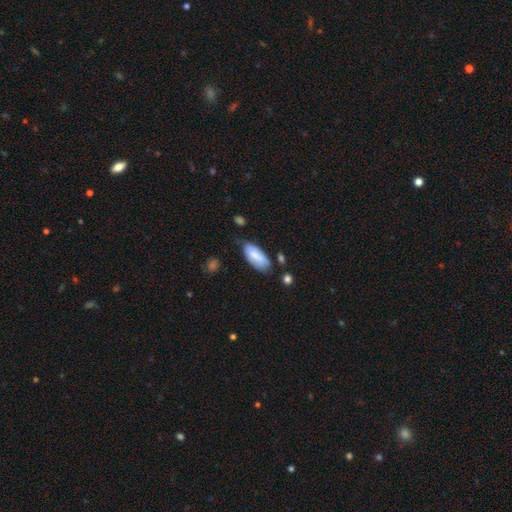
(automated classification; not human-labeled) Smooth or featured? Predicted: smooth (p=0.73). How rounded? Predicted: in between (p=0.86). Merging? Predicted: none (p=0.59).